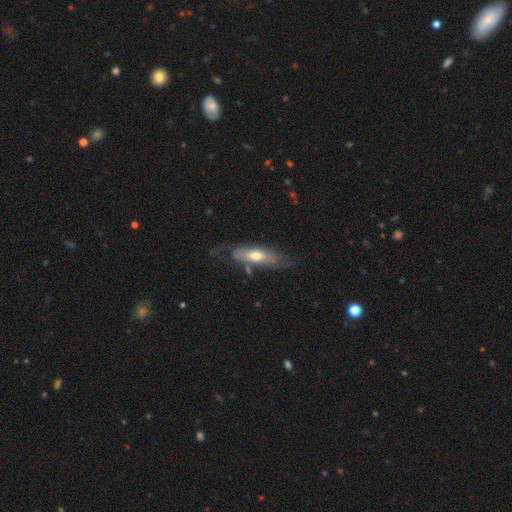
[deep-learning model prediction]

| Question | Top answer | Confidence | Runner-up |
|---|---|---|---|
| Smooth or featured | featured or disk | 51% | smooth (43%) |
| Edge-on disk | no | 60% | yes (40%) |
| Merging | none | 53% | minor disturbance (27%) |